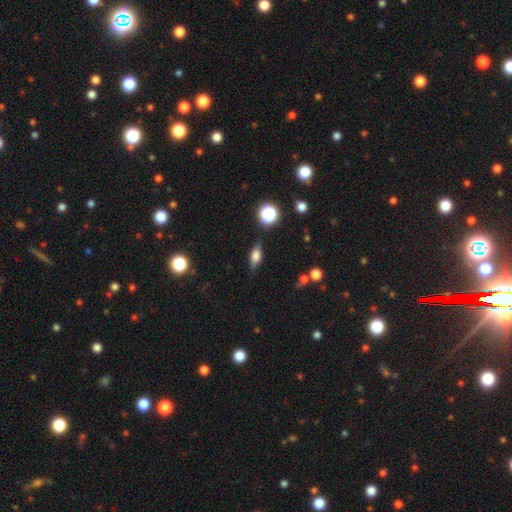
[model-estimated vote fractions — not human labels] Morphology: type=smooth (61%); roundness=in between (65%); merging=none (80%).